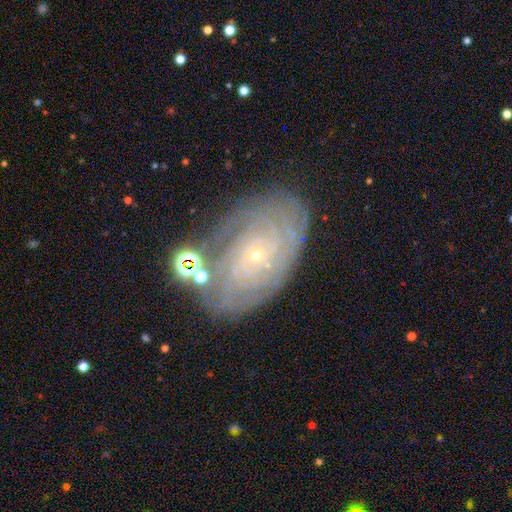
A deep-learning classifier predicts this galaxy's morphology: Q: Smooth or featured?
A: featured or disk (81%); runner-up: smooth (11%)
Q: Edge-on disk?
A: no (96%); runner-up: yes (4%)
Q: Bar?
A: no (80%); runner-up: weak (16%)
Q: Spiral arms?
A: yes (93%); runner-up: no (7%)
Q: Spiral winding?
A: tight (81%); runner-up: medium (15%)
Q: Spiral arm count?
A: can't tell (41%); runner-up: more than 4 (17%)
Q: Bulge size?
A: small (90%); runner-up: moderate (7%)
Q: Merging?
A: none (73%); runner-up: minor disturbance (17%)